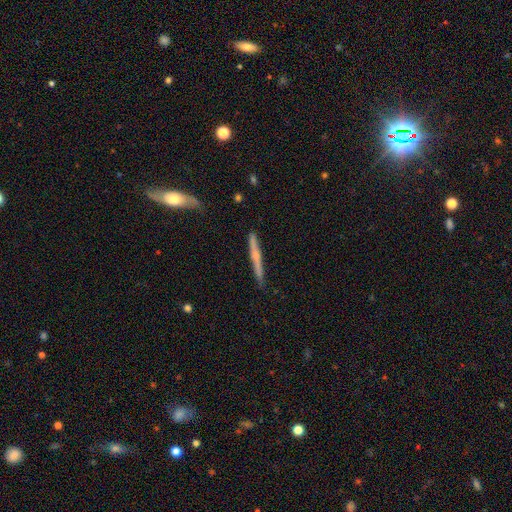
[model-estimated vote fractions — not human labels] featured or disk 53%, smooth 41%, star or artifact 6%. Down the decision tree: edge-on disk — yes (96%); edge-on bulge — none (54%); merging — none (84%).